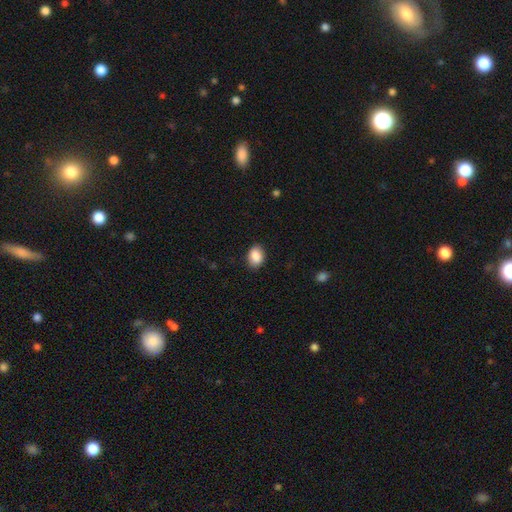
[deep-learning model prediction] A smooth galaxy with no disk features (88%) that is in between round and cigar-shaped (77%). Merging: none (86%).